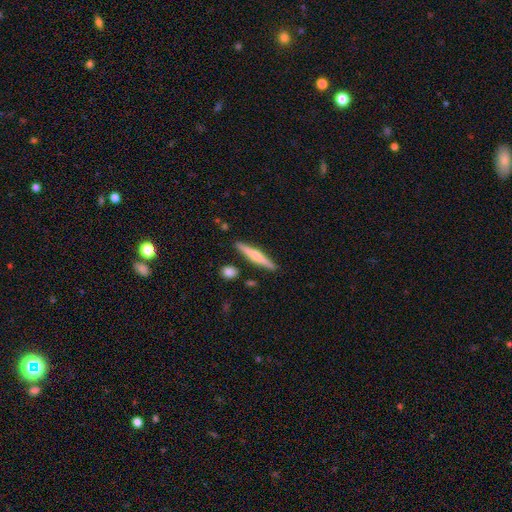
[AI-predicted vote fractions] Smooth or featured? featured or disk (51%)
Edge-on disk? yes (97%)
Merging? none (88%)